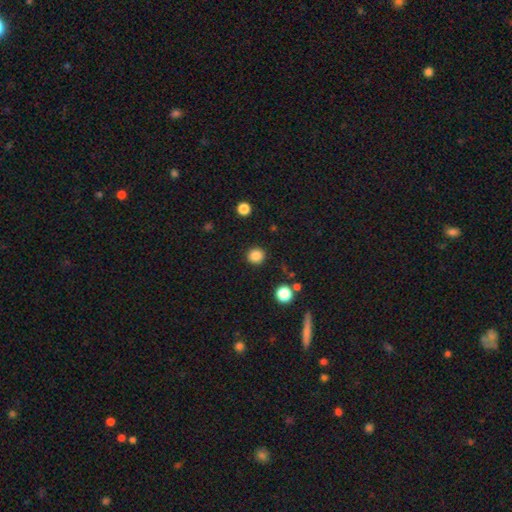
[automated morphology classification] A smooth galaxy with no disk features (85%) that is round (93%).

Vote fractions:
- Smooth or featured? smooth: 85% / star or artifact: 11% / featured or disk: 3%
- How rounded? round: 93% / in between: 6% / cigar-shaped: 1%
- Merging? none: 91% / minor disturbance: 5% / major disturbance: 2% / merger: 1%